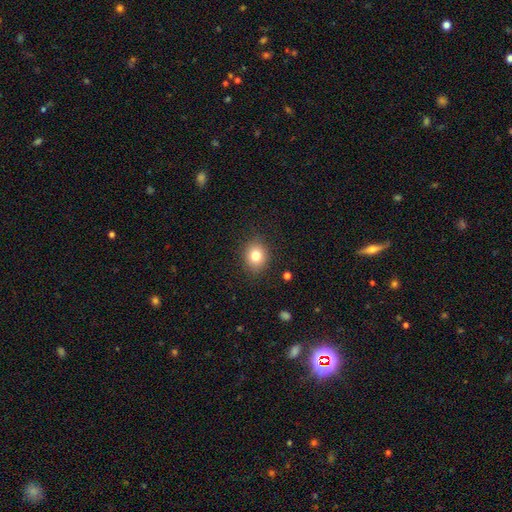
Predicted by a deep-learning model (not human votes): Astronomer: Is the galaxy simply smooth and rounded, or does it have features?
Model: smooth — 80%.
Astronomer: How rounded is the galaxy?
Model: round — 64%.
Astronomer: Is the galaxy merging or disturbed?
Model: none — 87%.